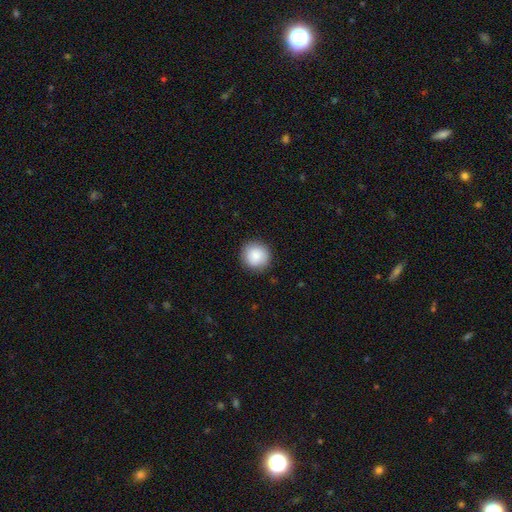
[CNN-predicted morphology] A smooth galaxy with no disk features (87%) that is round (94%).

Vote fractions:
- Smooth or featured? smooth: 87% / star or artifact: 7% / featured or disk: 6%
- How rounded? round: 94% / in between: 5% / cigar-shaped: 1%
- Merging? none: 90% / minor disturbance: 7% / major disturbance: 2% / merger: 1%